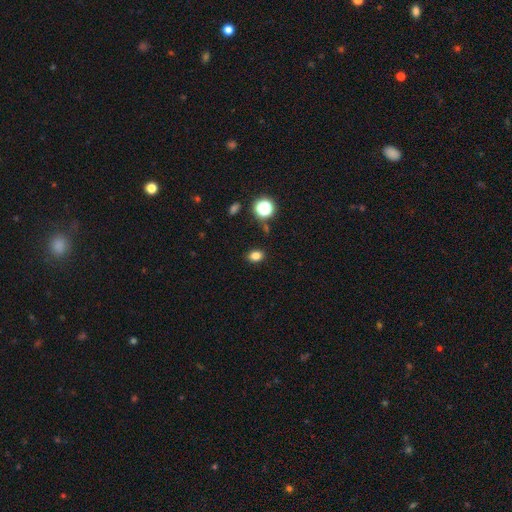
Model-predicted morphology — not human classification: This is clearly a smooth galaxy (80%). How rounded: likely in between (67%). Merging: clearly none (87%).